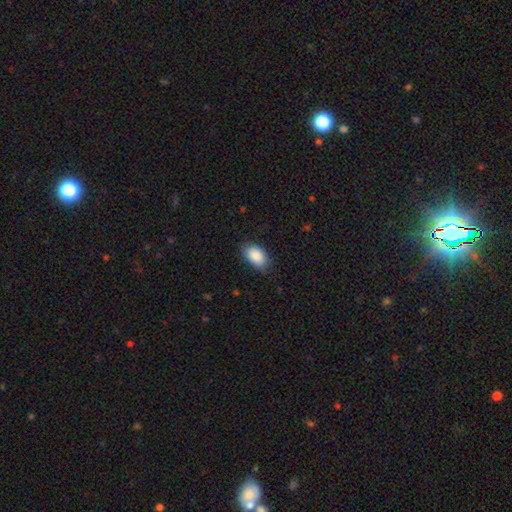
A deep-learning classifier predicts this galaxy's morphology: Overall: smooth (89%). How rounded: in between (92%). Merging: none (77%).